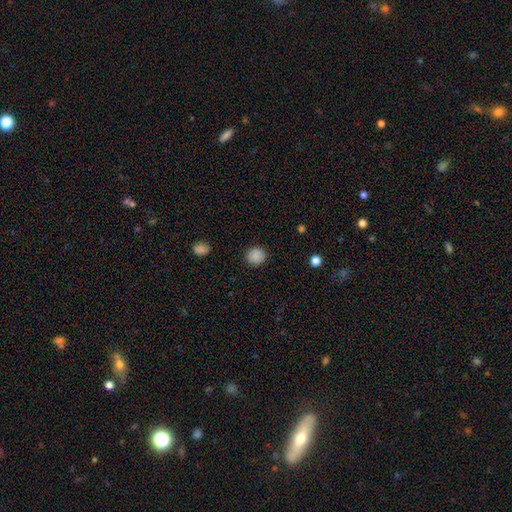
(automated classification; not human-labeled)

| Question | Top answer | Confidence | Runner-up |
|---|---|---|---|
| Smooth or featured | smooth | 87% | star or artifact (10%) |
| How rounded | round | 90% | in between (9%) |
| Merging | none | 90% | minor disturbance (7%) |